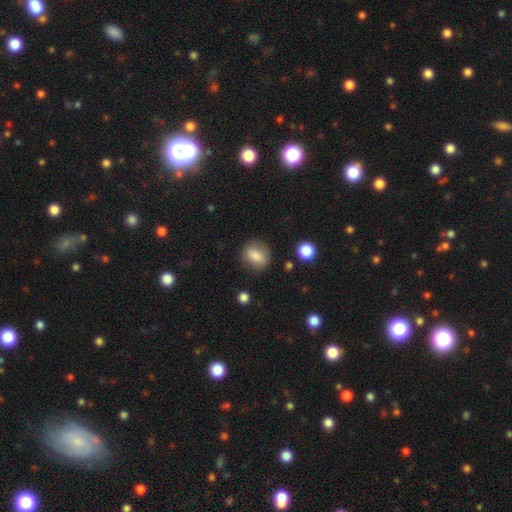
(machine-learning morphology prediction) Smooth or featured?
  - smooth: 83% *
  - star or artifact: 9%
  - featured or disk: 8%
How rounded?
  - round: 60% *
  - in between: 39%
  - cigar-shaped: 1%
Merging?
  - none: 80% *
  - minor disturbance: 13%
  - major disturbance: 4%
  - merger: 2%